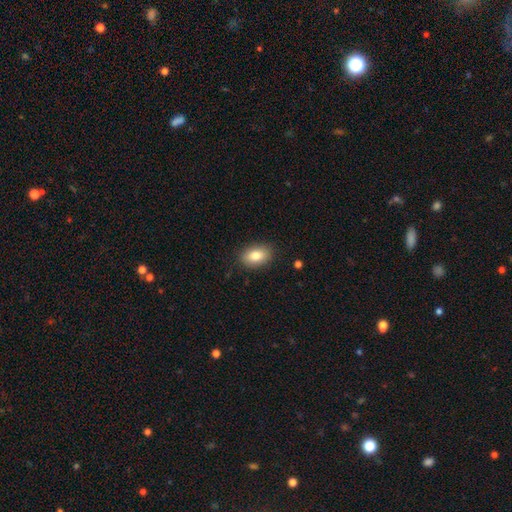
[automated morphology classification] smooth 81%, featured or disk 11%, star or artifact 8%. Down the decision tree: how rounded — in between (86%); merging — none (87%).